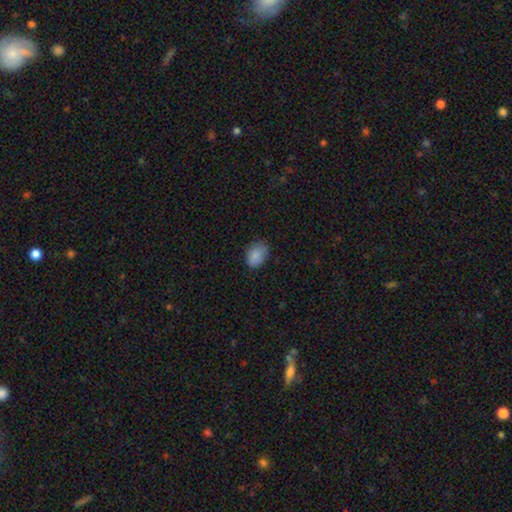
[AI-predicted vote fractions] Q: Smooth or featured?
A: smooth (87%); runner-up: star or artifact (8%)
Q: How rounded?
A: in between (78%); runner-up: round (21%)
Q: Merging?
A: none (72%); runner-up: minor disturbance (23%)